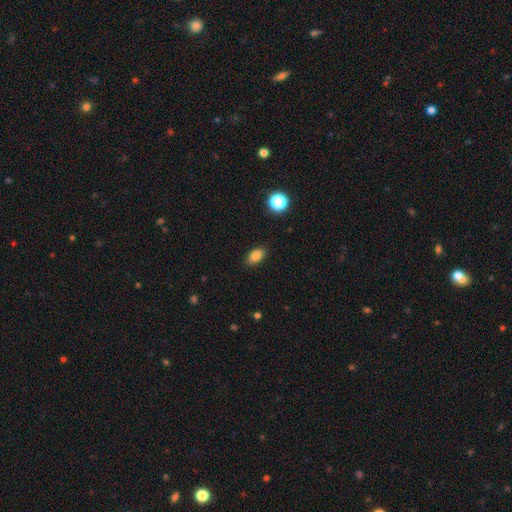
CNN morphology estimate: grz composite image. It shows a smooth galaxy with no disk features (83%) that is in between round and cigar-shaped (88%). Merging: none (87%).